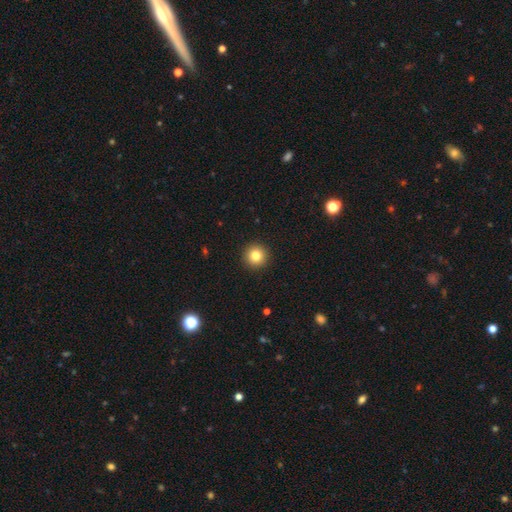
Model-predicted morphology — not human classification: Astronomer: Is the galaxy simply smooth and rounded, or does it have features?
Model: smooth — 82%.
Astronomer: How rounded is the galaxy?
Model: round — 96%.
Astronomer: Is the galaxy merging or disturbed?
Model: none — 93%.